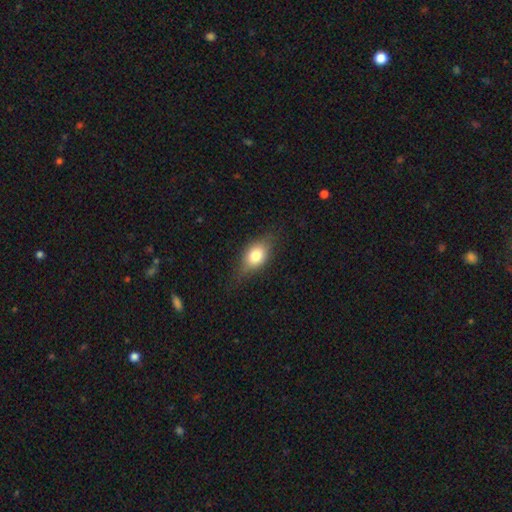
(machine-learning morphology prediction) Smooth or featured?
  - smooth: 71% *
  - featured or disk: 20%
  - star or artifact: 9%
How rounded?
  - in between: 77% *
  - round: 18%
  - cigar-shaped: 5%
Merging?
  - none: 71% *
  - minor disturbance: 22%
  - major disturbance: 6%
  - merger: 1%